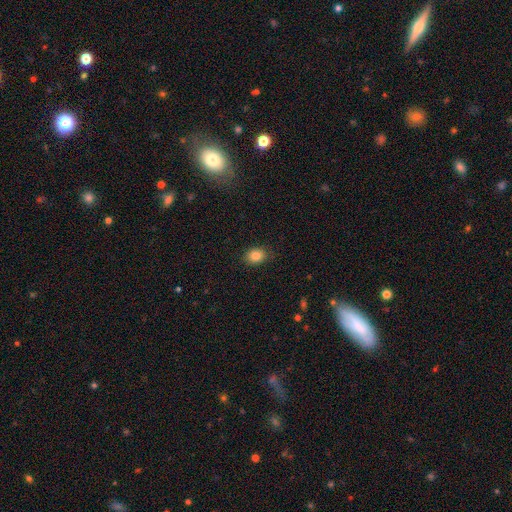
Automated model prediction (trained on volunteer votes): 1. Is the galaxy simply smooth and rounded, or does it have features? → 85% smooth, 10% star or artifact, 6% featured or disk.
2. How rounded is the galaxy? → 59% in between, 40% round, 1% cigar-shaped.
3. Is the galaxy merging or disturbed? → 85% none, 11% minor disturbance, 3% major disturbance, 1% merger.